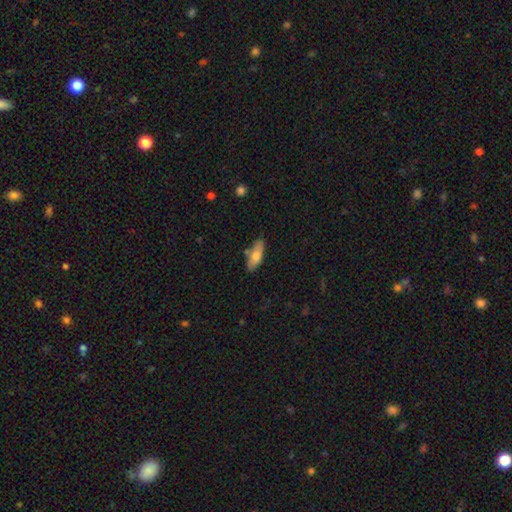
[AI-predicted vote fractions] Smooth or featured? smooth (73%)
How rounded? in between (71%)
Merging? none (73%)